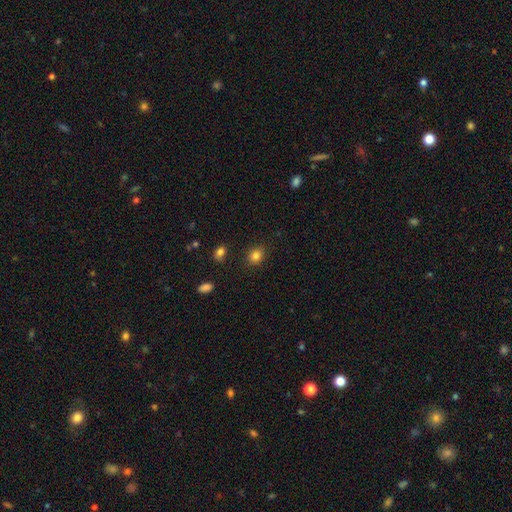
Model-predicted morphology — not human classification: Smooth or featured: smooth — 83% (star or artifact — 12%)
How rounded: round — 66% (in between — 33%)
Merging: none — 86% (minor disturbance — 9%)